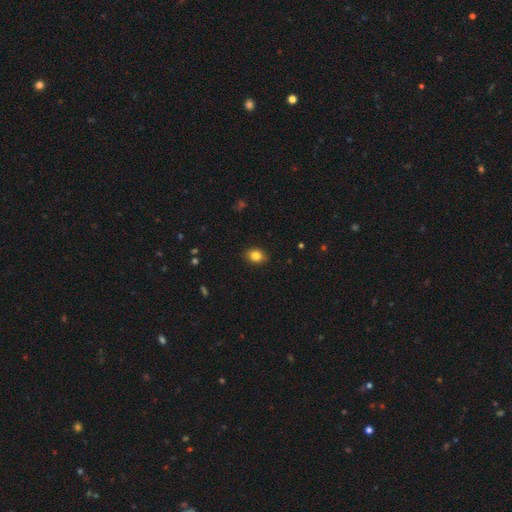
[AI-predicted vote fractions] This appears to be a smooth galaxy with no disk features (84%) that is in between round and cigar-shaped (65%). Merging: none (87%).